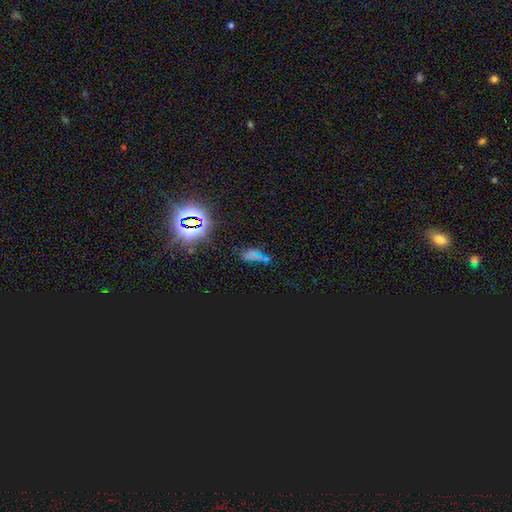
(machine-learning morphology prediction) type=star or artifact (58%).